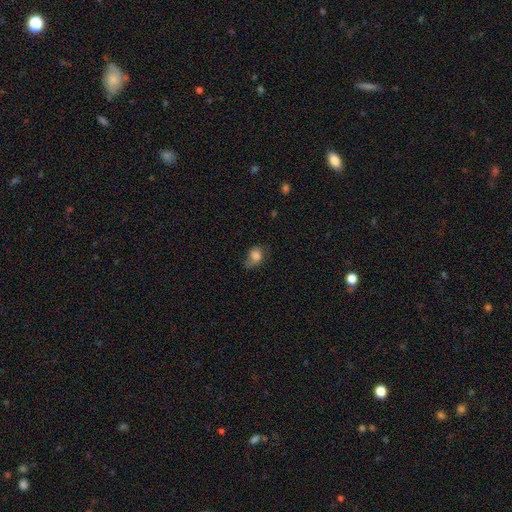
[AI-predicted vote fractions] Morphology: type=smooth (73%); roundness=in between (50%); merging=none (45%).